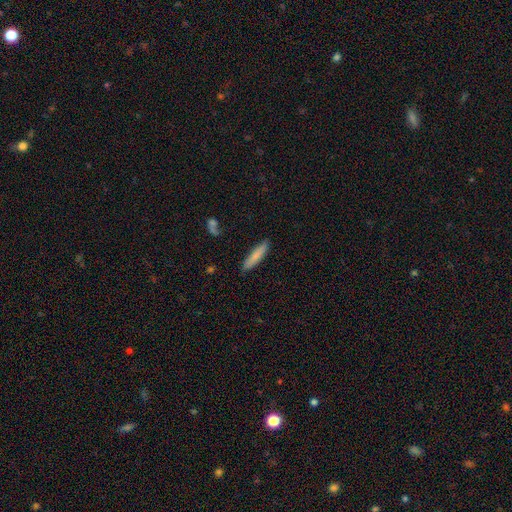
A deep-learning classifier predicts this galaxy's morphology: This appears to be a smooth galaxy with no disk features (79%) that is cigar-shaped (85%). Merging: none (88%).